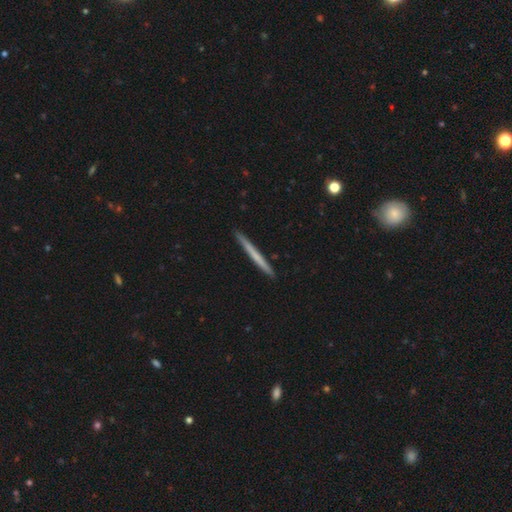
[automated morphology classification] Overall: smooth (55%; featured or disk 40%). How rounded: cigar-shaped (97%). Merging: none (92%).